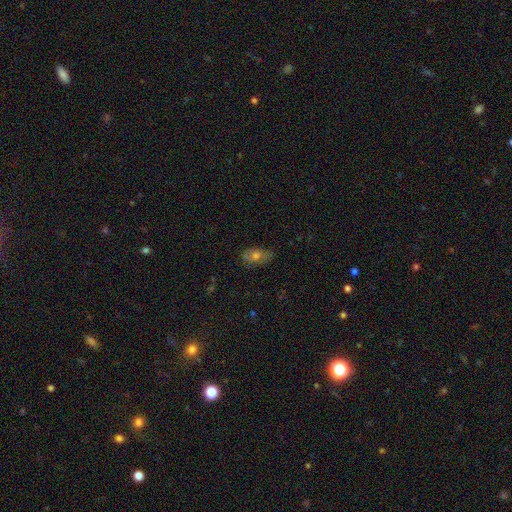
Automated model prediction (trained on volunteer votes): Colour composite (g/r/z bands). It shows a smooth galaxy with no disk features (57%) that is in between round and cigar-shaped (84%). Merging: none (70%).